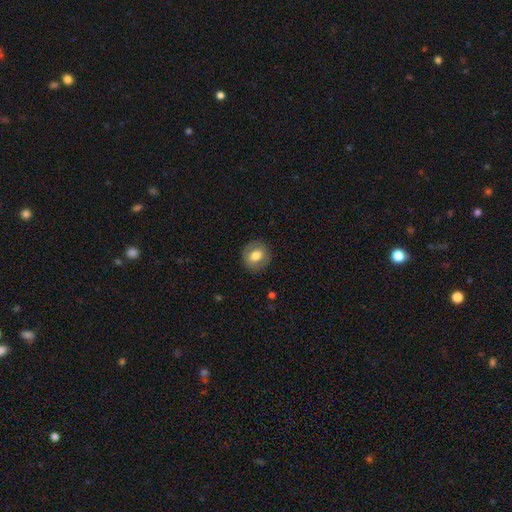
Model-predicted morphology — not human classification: type=smooth (70%); roundness=round (76%); merging=none (87%).